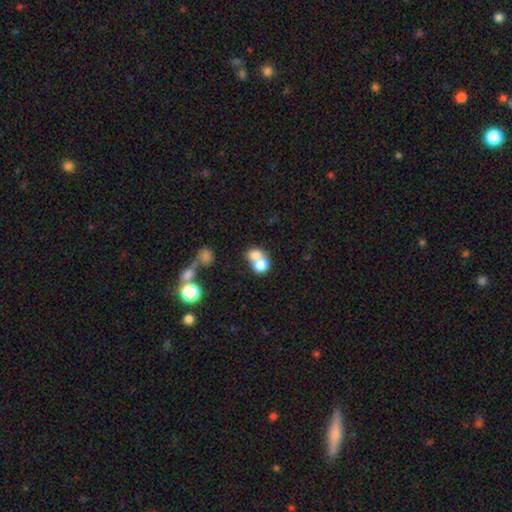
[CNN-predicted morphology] A smooth galaxy with no disk features (74%) that is round (55%).

Vote fractions:
- Smooth or featured? smooth: 74% / featured or disk: 15% / star or artifact: 11%
- How rounded? round: 55% / in between: 44% / cigar-shaped: 1%
- Merging? merger: 65% / none: 25% / minor disturbance: 6% / major disturbance: 4%